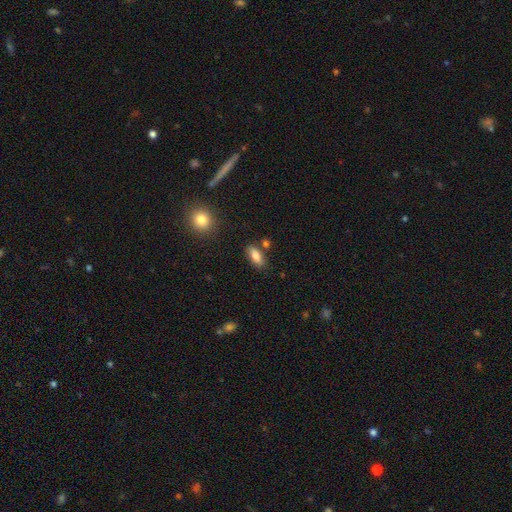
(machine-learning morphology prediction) A smooth galaxy with no disk features (81%) that is in between round and cigar-shaped (81%).

Vote fractions:
- Smooth or featured? smooth: 81% / featured or disk: 11% / star or artifact: 8%
- How rounded? in between: 81% / cigar-shaped: 16% / round: 3%
- Merging? none: 78% / minor disturbance: 13% / merger: 7% / major disturbance: 3%